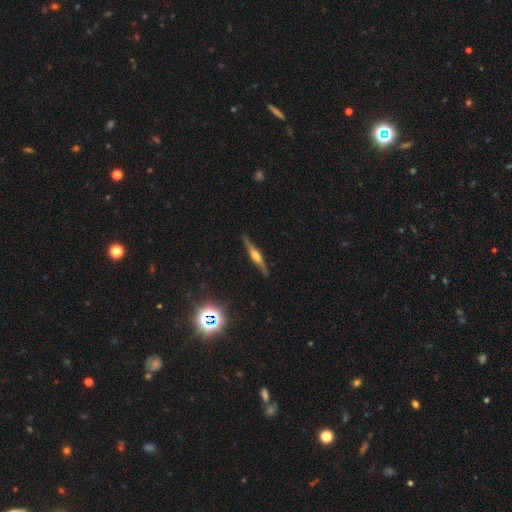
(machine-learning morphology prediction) A featured or disk galaxy (71%) viewed edge-on (97%) with a rounded central bulge (81%).

Vote fractions:
- Smooth or featured? featured or disk: 71% / smooth: 21% / star or artifact: 8%
- Edge-on disk? yes: 97% / no: 3%
- Edge-on bulge? rounded: 81% / boxy: 13% / none: 6%
- Merging? none: 87% / minor disturbance: 10% / major disturbance: 2% / merger: 1%